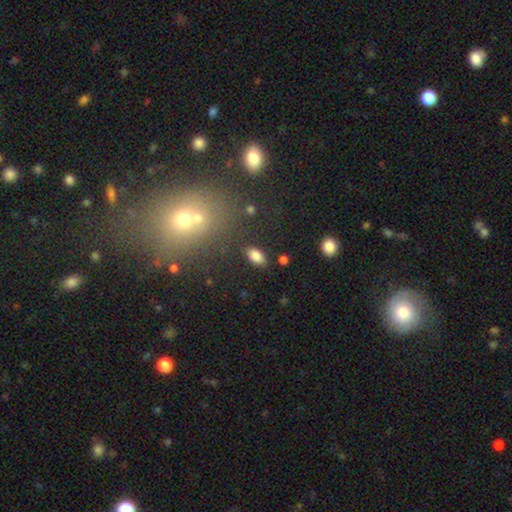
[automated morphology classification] Smooth or featured: smooth — 85% (star or artifact — 9%)
How rounded: in between — 92% (round — 5%)
Merging: none — 85% (minor disturbance — 10%)